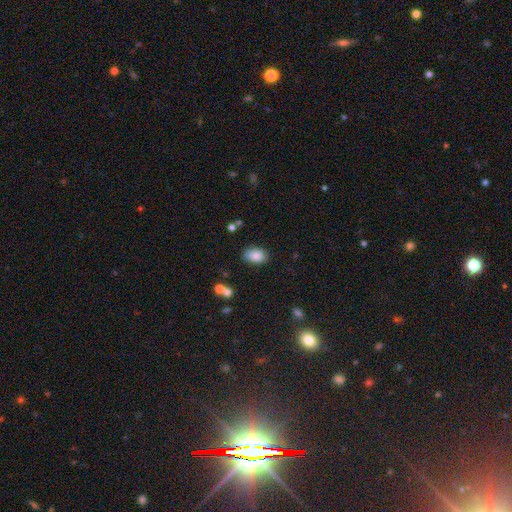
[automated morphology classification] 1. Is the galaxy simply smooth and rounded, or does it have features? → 87% smooth, 8% star or artifact, 5% featured or disk.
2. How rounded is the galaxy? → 88% in between, 11% round, 1% cigar-shaped.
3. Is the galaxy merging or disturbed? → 78% none, 16% minor disturbance, 4% major disturbance, 3% merger.